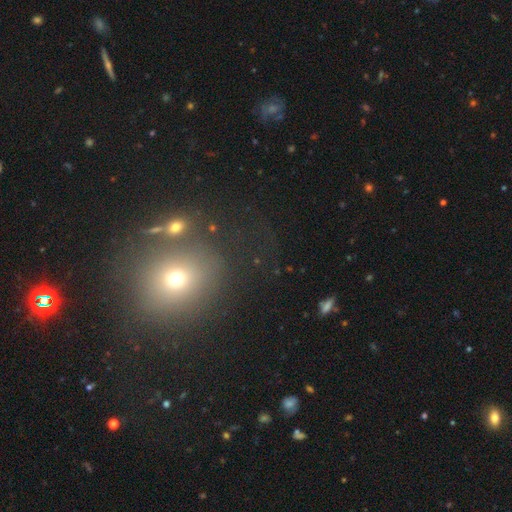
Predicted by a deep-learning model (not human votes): This is possibly a smooth galaxy (56%). How rounded: likely round (78%). Merging: likely none (75%).